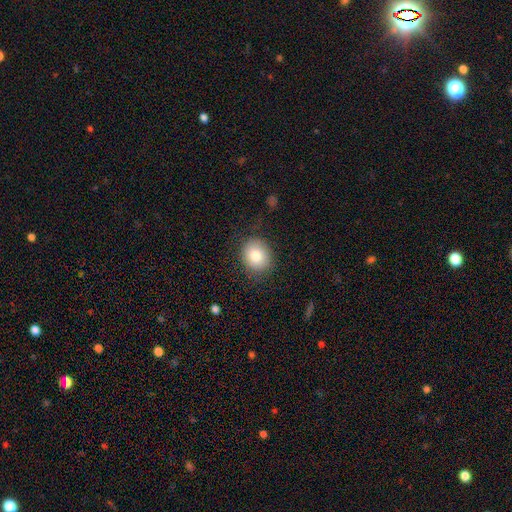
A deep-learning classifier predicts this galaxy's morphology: This appears to be a smooth galaxy with no disk features (80%) that is round (69%). Merging: none (83%).